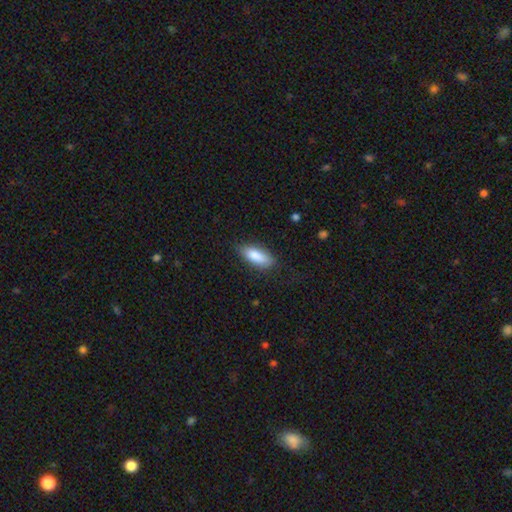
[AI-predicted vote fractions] Smooth or featured: smooth — 85% (featured or disk — 9%)
How rounded: in between — 74% (cigar-shaped — 24%)
Merging: none — 79% (minor disturbance — 16%)